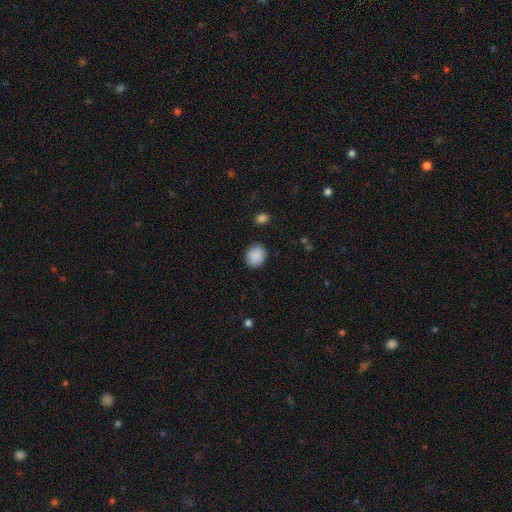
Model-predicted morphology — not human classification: smooth_or_featured: smooth (p=0.89) [alt: star or artifact p=0.08]
how_rounded: round (p=0.69) [alt: in between p=0.30]
merging: none (p=0.87) [alt: minor disturbance p=0.09]